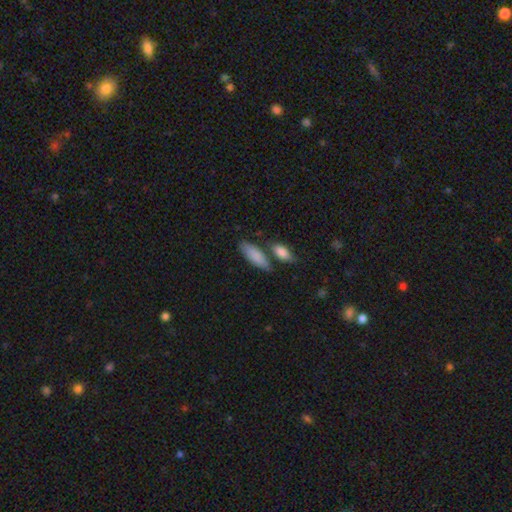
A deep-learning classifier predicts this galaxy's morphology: The model was most divided on "how rounded": in between: 73%, cigar-shaped: 25%, round: 3%. More confident: smooth or featured — smooth (85%); merging — none (65%).